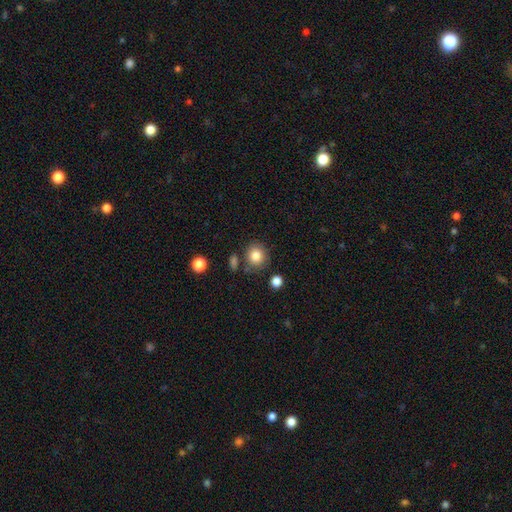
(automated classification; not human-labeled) smooth-or-featured: smooth: 83% | star or artifact: 10% | featured or disk: 7%
  how-rounded: round: 86% | in between: 13% | cigar-shaped: 1%
  merging: none: 79% | minor disturbance: 11% | merger: 7% | major disturbance: 3%